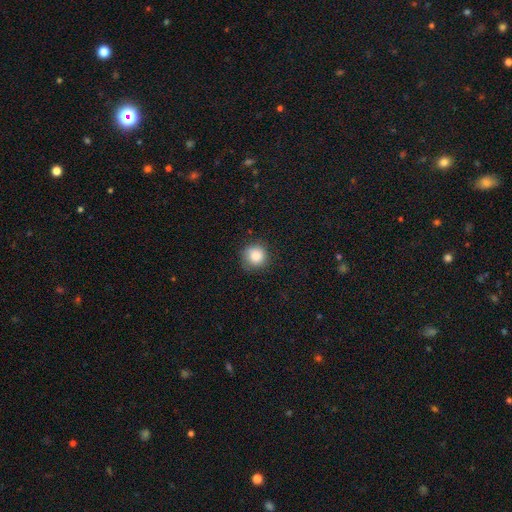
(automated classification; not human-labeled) A smooth galaxy with no disk features (83%) that is round (91%).

Vote fractions:
- Smooth or featured? smooth: 83% / star or artifact: 10% / featured or disk: 7%
- How rounded? round: 91% / in between: 8% / cigar-shaped: 1%
- Merging? none: 79% / minor disturbance: 16% / major disturbance: 4% / merger: 1%